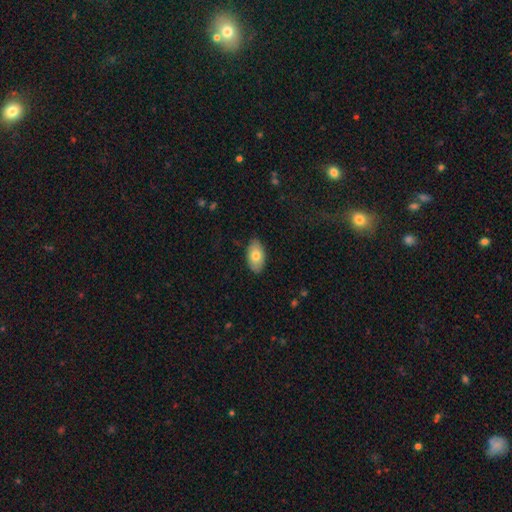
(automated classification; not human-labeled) Overall: smooth (75%). How rounded: in between (94%). Merging: none (84%).